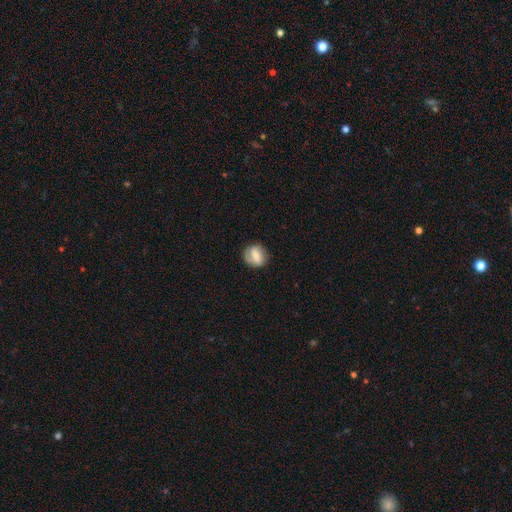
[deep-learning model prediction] smooth_or_featured: smooth (p=0.56) [alt: featured or disk p=0.37]
how_rounded: round (p=0.71) [alt: in between p=0.27]
merging: none (p=0.80) [alt: minor disturbance p=0.15]